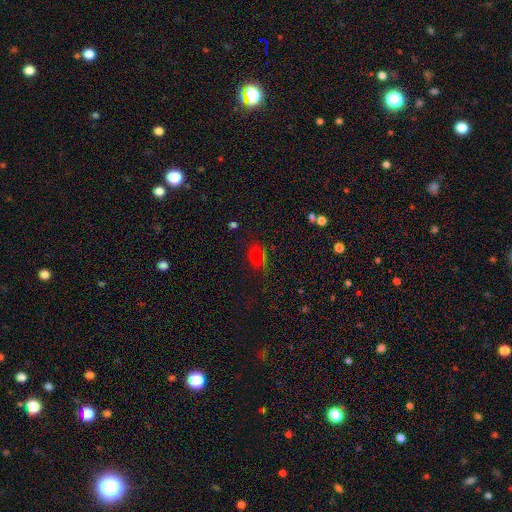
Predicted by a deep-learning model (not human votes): Smooth or featured: smooth — 65% (star or artifact — 27%)
How rounded: in between — 70% (round — 27%)
Merging: none — 69% (minor disturbance — 20%)